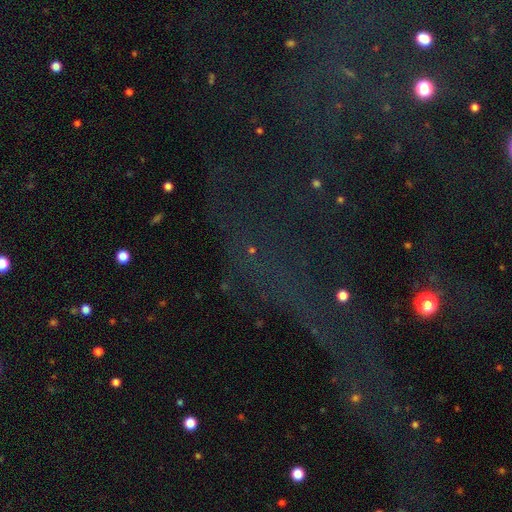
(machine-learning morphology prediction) The model was most divided on "smooth or featured": star or artifact: 75%, featured or disk: 13%, smooth: 13%.